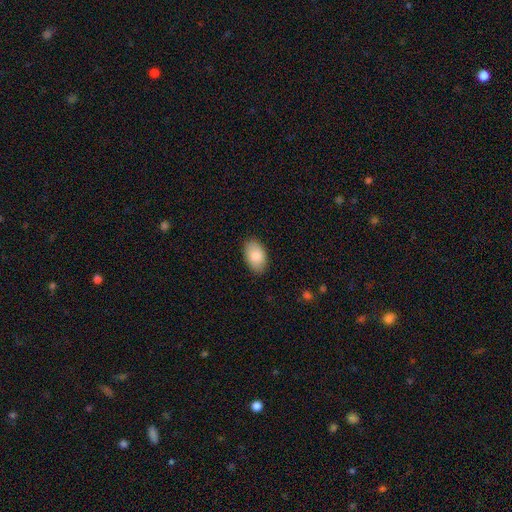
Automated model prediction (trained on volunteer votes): Overall: smooth (87%). How rounded: in between (94%). Merging: none (87%).